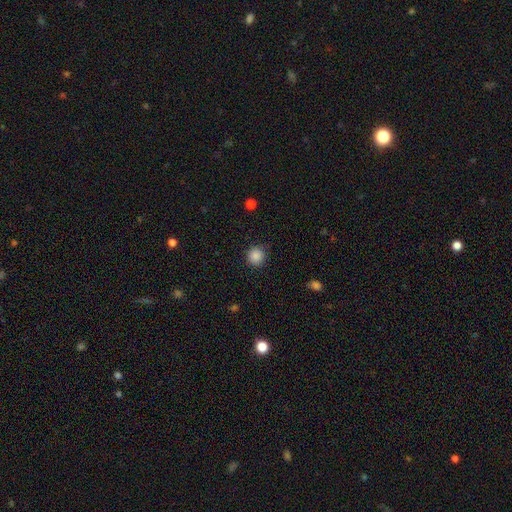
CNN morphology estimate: A smooth galaxy with no disk features (87%) that is round (93%). Merging: none (87%).